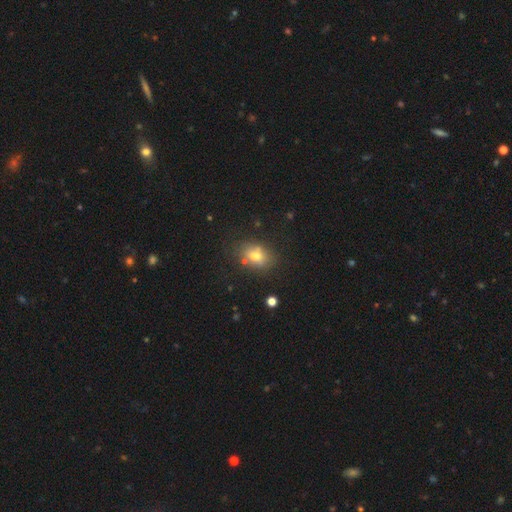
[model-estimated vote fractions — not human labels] Overall: smooth (72%). How rounded: in between (65%; round 34%). Merging: none (73%).